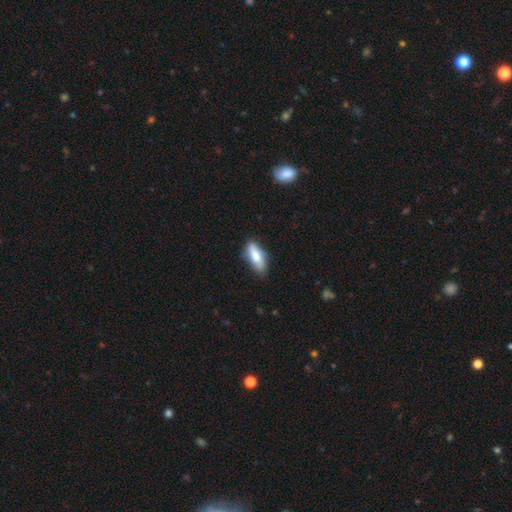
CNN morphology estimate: A smooth galaxy with no disk features (73%) that is in between round and cigar-shaped (74%).

Vote fractions:
- Smooth or featured? smooth: 73% / featured or disk: 21% / star or artifact: 6%
- How rounded? in between: 74% / cigar-shaped: 24% / round: 2%
- Merging? none: 80% / minor disturbance: 16% / major disturbance: 3% / merger: 1%